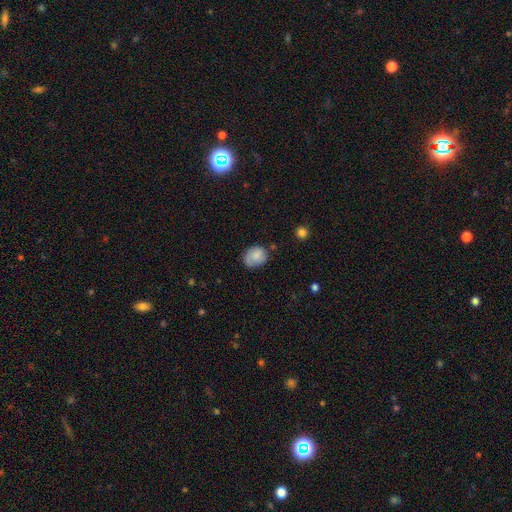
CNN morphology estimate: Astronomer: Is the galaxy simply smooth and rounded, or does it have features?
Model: smooth — 81%.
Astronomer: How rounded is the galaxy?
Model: round — 51% (runner-up: in between, 48%).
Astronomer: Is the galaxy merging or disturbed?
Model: none — 61%.